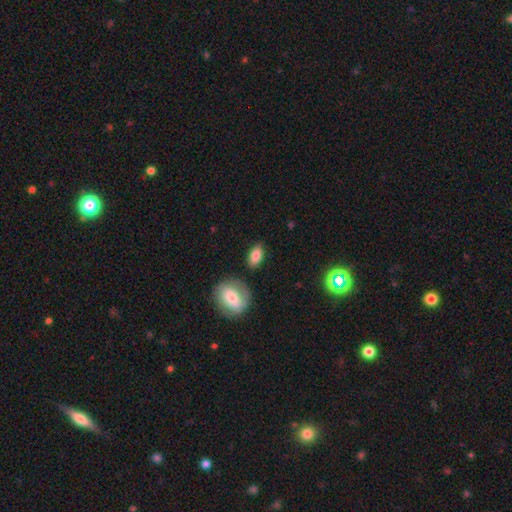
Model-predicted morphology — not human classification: Smooth or featured? smooth (82%)
How rounded? in between (89%)
Merging? none (81%)